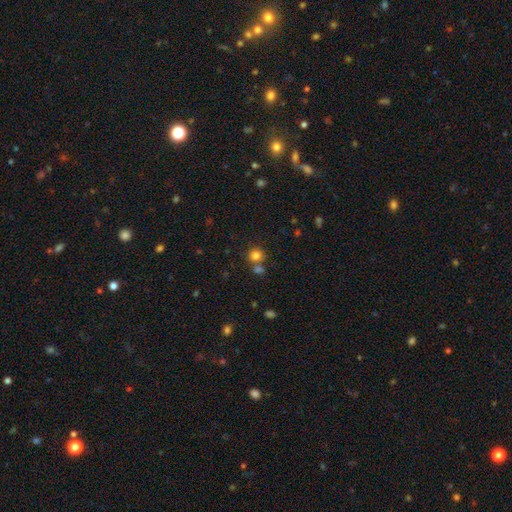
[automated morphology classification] Smooth or featured? Predicted: smooth (p=0.80). How rounded? Predicted: round (p=0.84). Merging? Predicted: none (p=0.62).